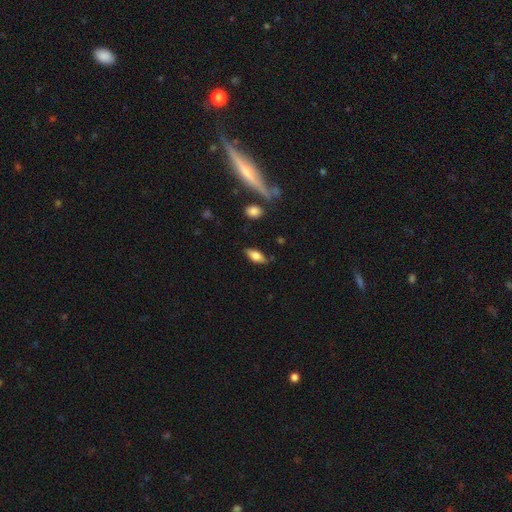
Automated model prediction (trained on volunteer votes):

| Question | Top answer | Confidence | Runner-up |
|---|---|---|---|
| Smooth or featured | smooth | 68% | featured or disk (24%) |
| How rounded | in between | 80% | cigar-shaped (16%) |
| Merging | none | 78% | minor disturbance (16%) |